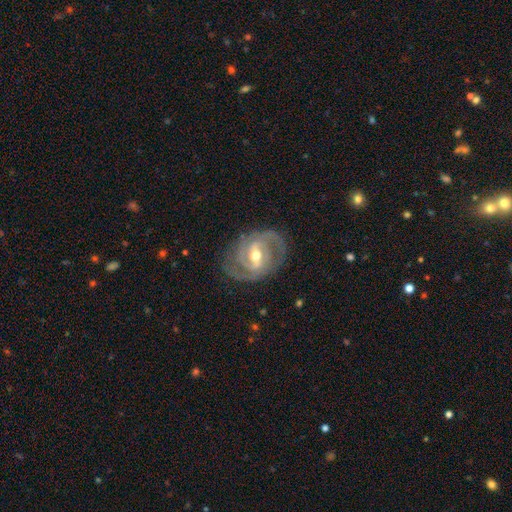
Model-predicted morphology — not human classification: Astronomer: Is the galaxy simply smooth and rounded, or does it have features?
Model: featured or disk — 90%.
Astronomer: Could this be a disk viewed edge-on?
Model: no — 97%.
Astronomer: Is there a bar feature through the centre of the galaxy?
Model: weak — 45% (runner-up: strong, 40%).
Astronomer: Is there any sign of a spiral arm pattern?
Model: yes — 96%.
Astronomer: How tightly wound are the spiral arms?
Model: tight — 48% (runner-up: medium, 43%).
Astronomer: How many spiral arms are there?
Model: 2 — 64%.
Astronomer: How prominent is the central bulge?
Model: moderate — 69%.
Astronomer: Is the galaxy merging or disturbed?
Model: none — 77%.